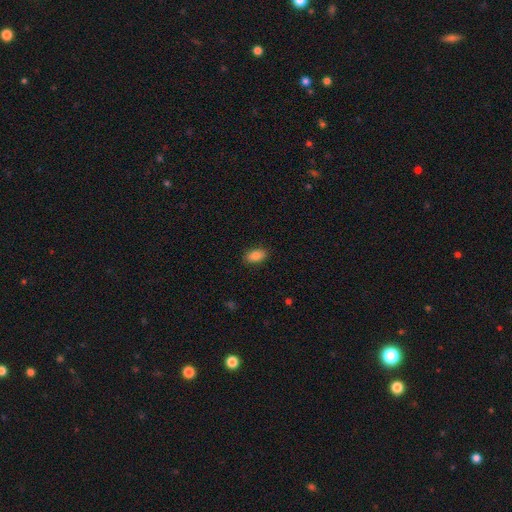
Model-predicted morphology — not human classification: Smooth or featured: smooth — 87% (star or artifact — 8%)
How rounded: in between — 91% (round — 7%)
Merging: none — 87% (minor disturbance — 9%)